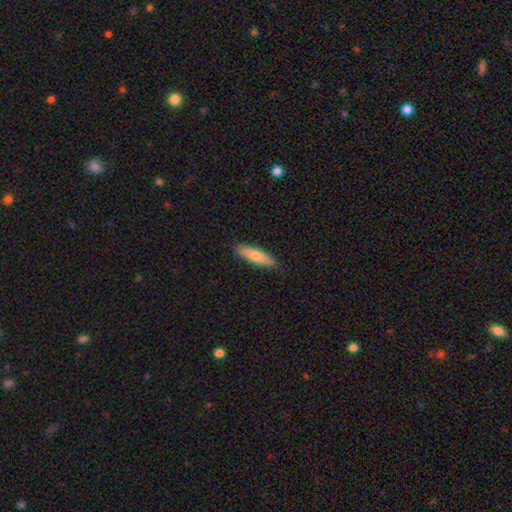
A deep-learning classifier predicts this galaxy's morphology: Smooth or featured? smooth (68%)
How rounded? cigar-shaped (65%)
Merging? none (87%)